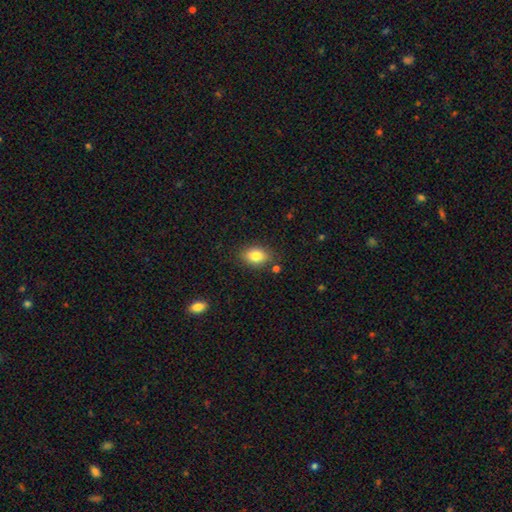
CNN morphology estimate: A smooth galaxy with no disk features (83%) that is in between round and cigar-shaped (79%).

Vote fractions:
- Smooth or featured? smooth: 83% / star or artifact: 9% / featured or disk: 8%
- How rounded? in between: 79% / round: 19% / cigar-shaped: 1%
- Merging? none: 82% / minor disturbance: 12% / merger: 3% / major disturbance: 3%